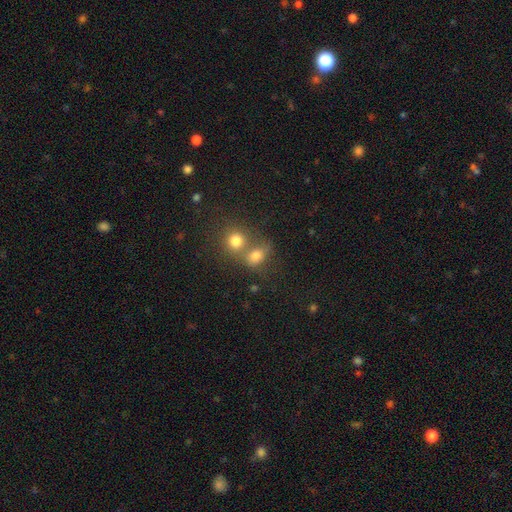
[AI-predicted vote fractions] Smooth or featured? smooth (76%)
How rounded? round (53%)
Merging? merger (54%)